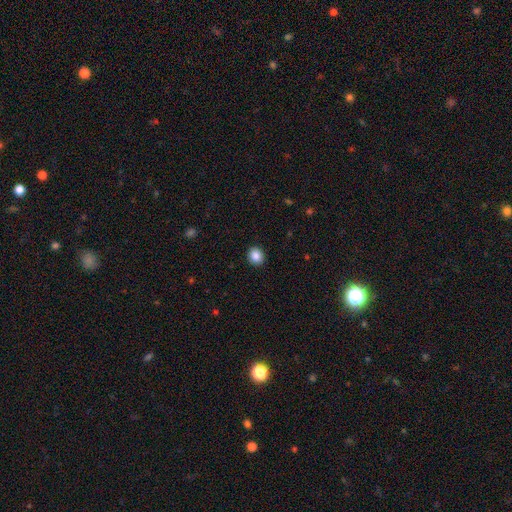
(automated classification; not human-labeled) Smooth or featured? Predicted: smooth (p=0.87). How rounded? Predicted: round (p=0.75). Merging? Predicted: none (p=0.92).